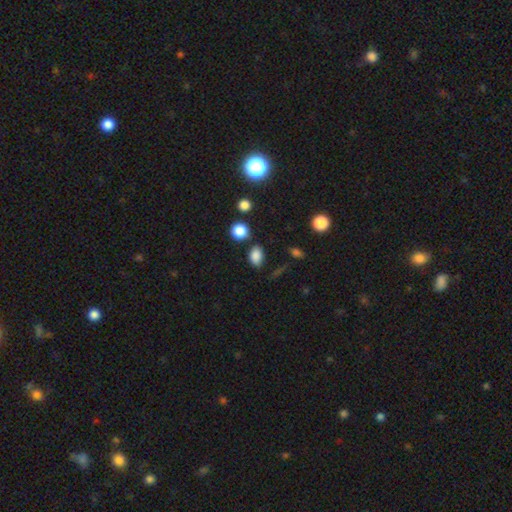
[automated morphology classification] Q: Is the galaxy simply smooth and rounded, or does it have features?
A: smooth — 84%.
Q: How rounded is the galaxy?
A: in between — 78%.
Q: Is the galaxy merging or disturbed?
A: none — 74%.